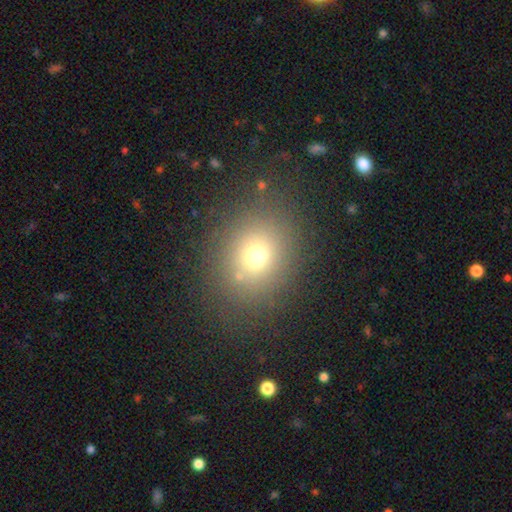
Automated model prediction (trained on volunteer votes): Smooth or featured? Predicted: smooth (p=0.68). How rounded? Predicted: round (p=0.76). Merging? Predicted: none (p=0.82).